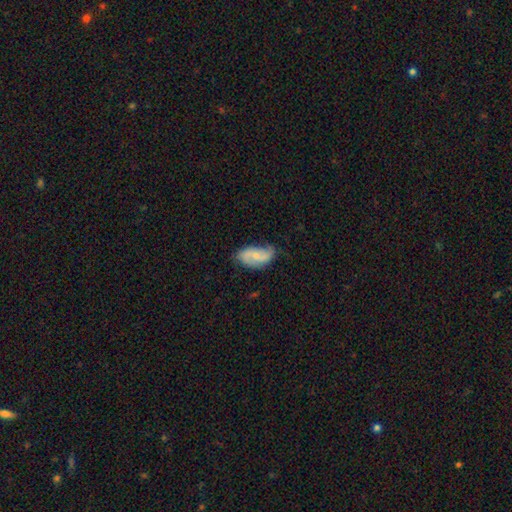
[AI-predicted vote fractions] Morphology: type=featured or disk (61%); edge-on=no (96%); bar=no (49%); spiral arms=yes (90%); winding=loose (49%); arm count=2 (85%); bulge=small (58%); merging=none (63%).